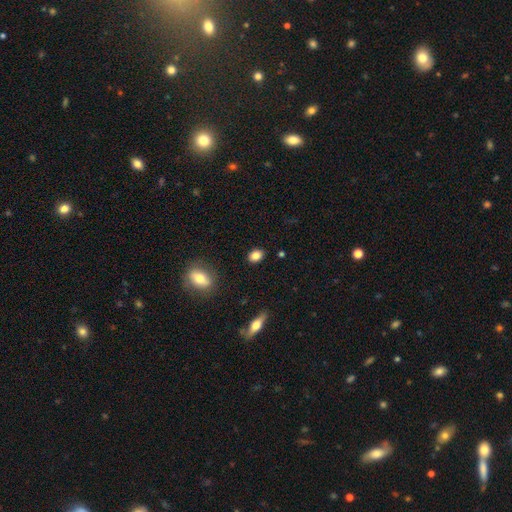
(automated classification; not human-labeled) Smooth or featured: smooth — 85% (star or artifact — 9%)
How rounded: in between — 66% (round — 32%)
Merging: none — 88% (minor disturbance — 8%)